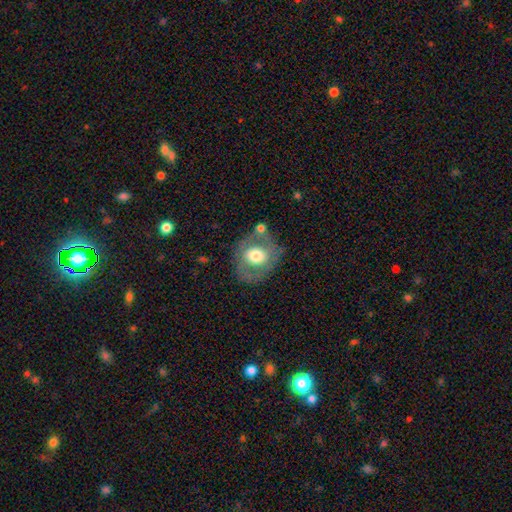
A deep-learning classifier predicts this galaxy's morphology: type=smooth (50%); roundness=round (64%); merging=none (63%).